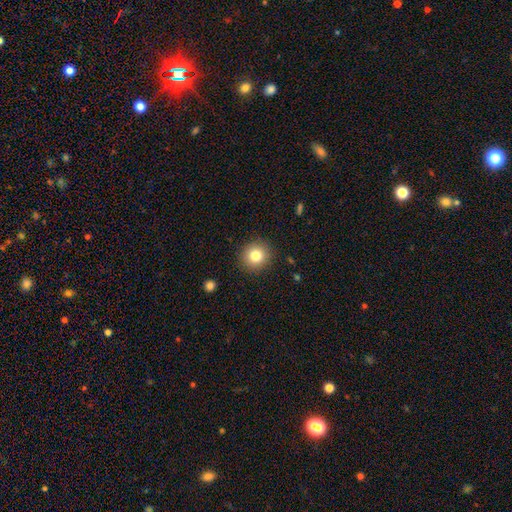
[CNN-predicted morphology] This appears to be a smooth galaxy with no disk features (81%) that is round (91%). Merging: none (90%).